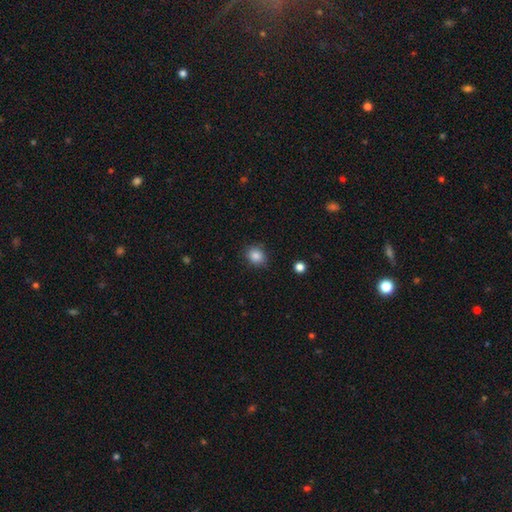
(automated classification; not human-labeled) Morphology: type=smooth (86%); roundness=round (70%); merging=none (82%).